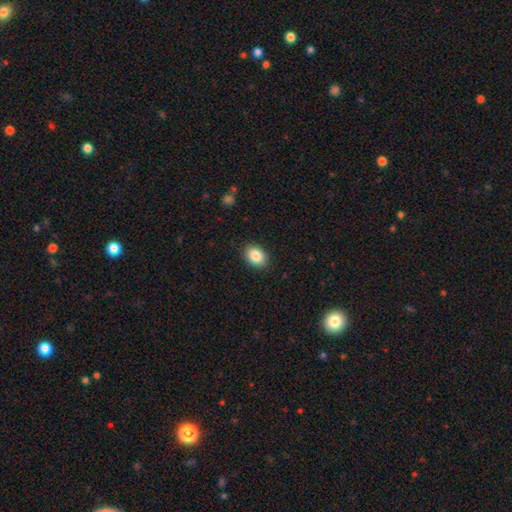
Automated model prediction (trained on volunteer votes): Smooth or featured? smooth (87%)
How rounded? in between (76%)
Merging? none (89%)